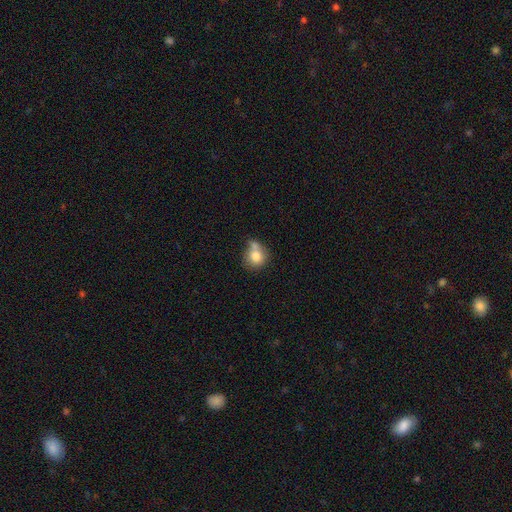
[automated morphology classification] Q: Smooth or featured?
A: smooth (78%); runner-up: featured or disk (13%)
Q: How rounded?
A: round (78%); runner-up: in between (21%)
Q: Merging?
A: none (40%); runner-up: merger (34%)